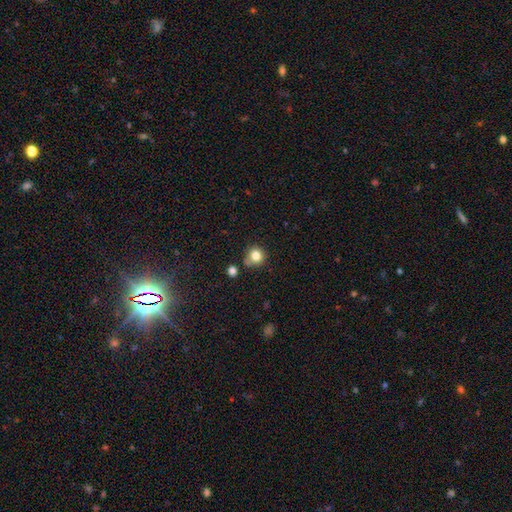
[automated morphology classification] Q: Smooth or featured?
A: smooth (82%); runner-up: star or artifact (11%)
Q: How rounded?
A: round (90%); runner-up: in between (9%)
Q: Merging?
A: none (70%); runner-up: minor disturbance (15%)